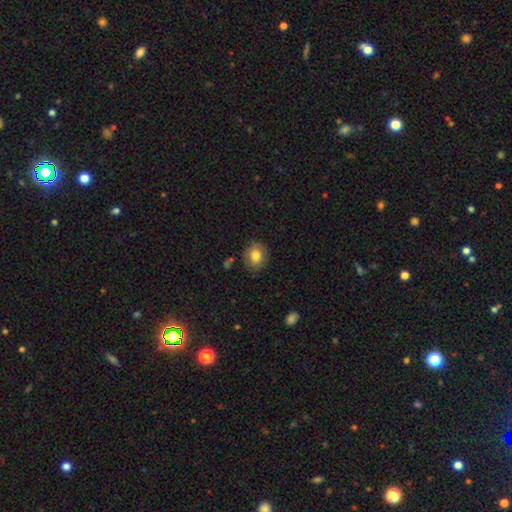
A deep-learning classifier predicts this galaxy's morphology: This is clearly a smooth galaxy (81%). How rounded: likely round (67%). Merging: clearly none (84%).